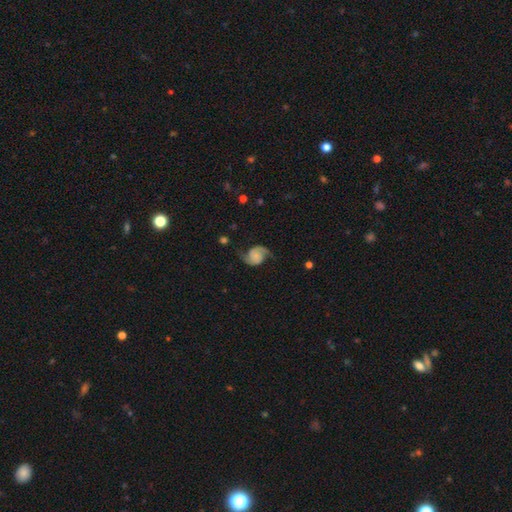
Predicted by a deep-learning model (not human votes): smooth_or_featured: featured or disk (p=0.84) [alt: smooth p=0.10]
disk_edge_on: no (p=0.98) [alt: yes p=0.02]
bar: no (p=0.70) [alt: weak p=0.24]
has_spiral_arms: yes (p=0.97) [alt: no p=0.03]
spiral_winding: medium (p=0.45) [alt: loose p=0.40]
spiral_arm_count: 2 (p=0.93) [alt: 1 p=0.02]
bulge_size: small (p=0.47) [alt: none p=0.31]
merging: none (p=0.72) [alt: minor disturbance p=0.18]